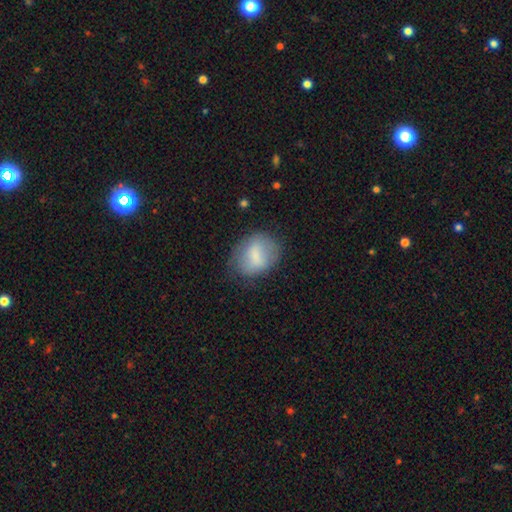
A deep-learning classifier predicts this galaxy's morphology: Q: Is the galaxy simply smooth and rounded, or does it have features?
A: smooth — 70%.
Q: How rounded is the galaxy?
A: in between — 59%.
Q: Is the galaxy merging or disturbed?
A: none — 63%.